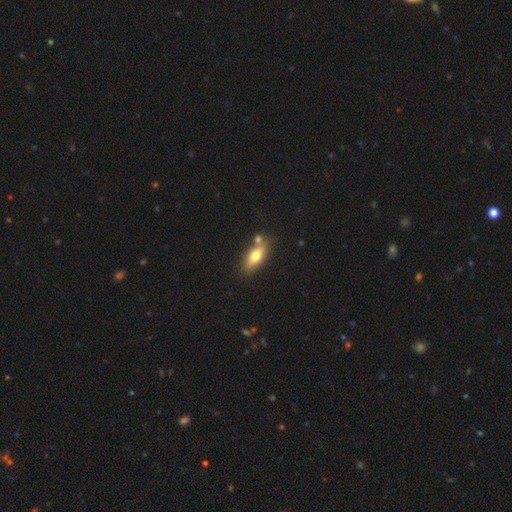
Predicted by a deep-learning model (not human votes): This appears to be a smooth galaxy with no disk features (65%) that is in between round and cigar-shaped (70%). Merging: none (71%).